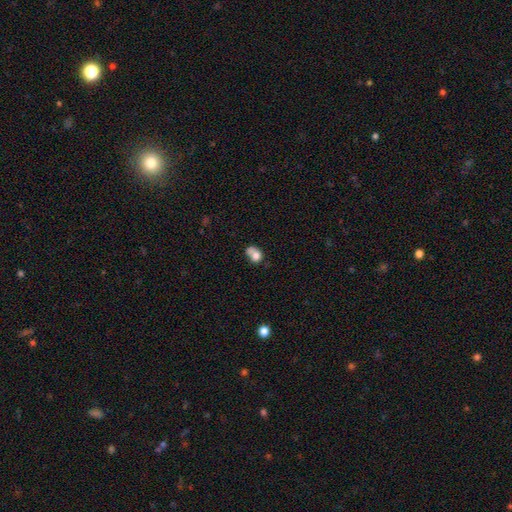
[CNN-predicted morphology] This appears to be a smooth galaxy with no disk features (73%) that is round (52%). Merging: merger (42%).